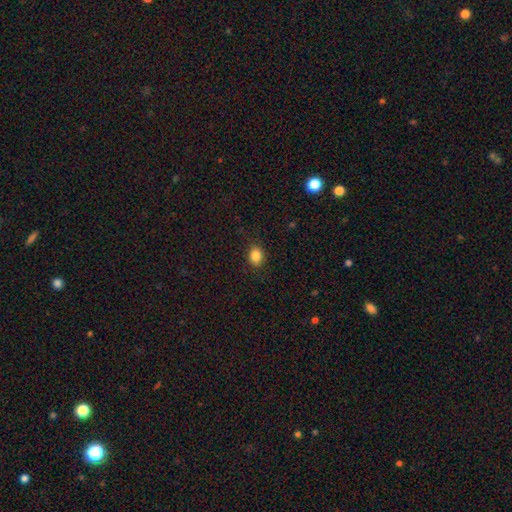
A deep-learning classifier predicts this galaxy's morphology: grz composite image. It shows a smooth galaxy with no disk features (86%) that is in between round and cigar-shaped (51%). Merging: none (87%).